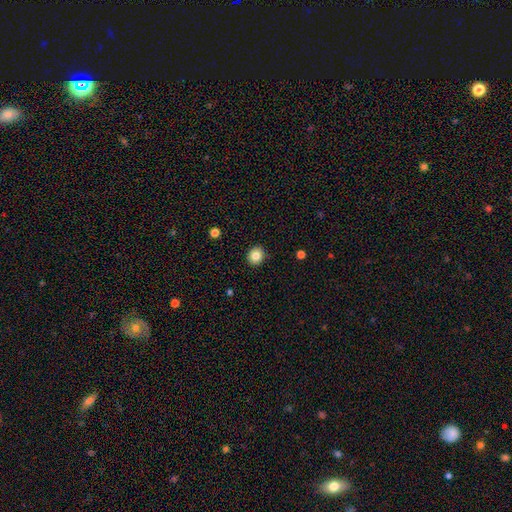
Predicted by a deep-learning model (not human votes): A smooth galaxy with no disk features (83%) that is round (76%). Merging: none (90%).